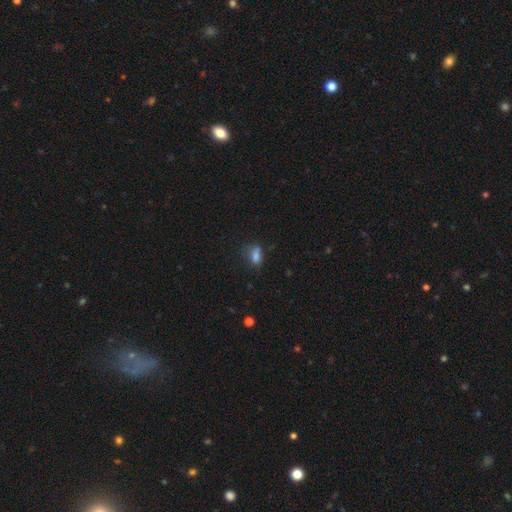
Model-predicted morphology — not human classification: type=smooth (75%); roundness=in between (79%); merging=none (45%).